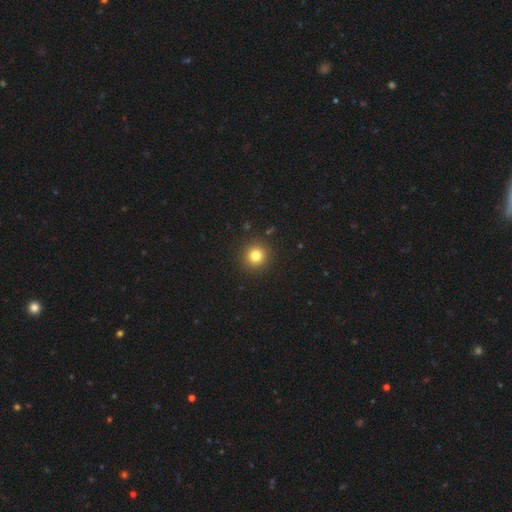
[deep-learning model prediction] A smooth galaxy with no disk features (80%) that is round (95%).

Vote fractions:
- Smooth or featured? smooth: 80% / star or artifact: 14% / featured or disk: 7%
- How rounded? round: 95% / in between: 4% / cigar-shaped: 1%
- Merging? none: 92% / minor disturbance: 5% / major disturbance: 2% / merger: 1%